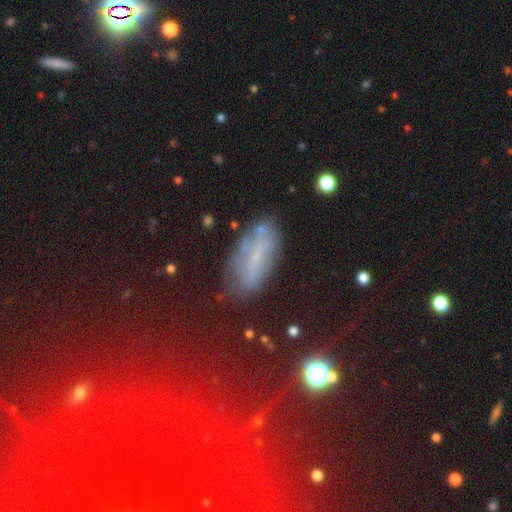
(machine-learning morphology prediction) A featured or disk galaxy (44%).

Vote fractions:
- Smooth or featured? featured or disk: 44% / smooth: 36% / star or artifact: 20%
- Merging? none: 69% / minor disturbance: 19% / major disturbance: 8% / merger: 4%